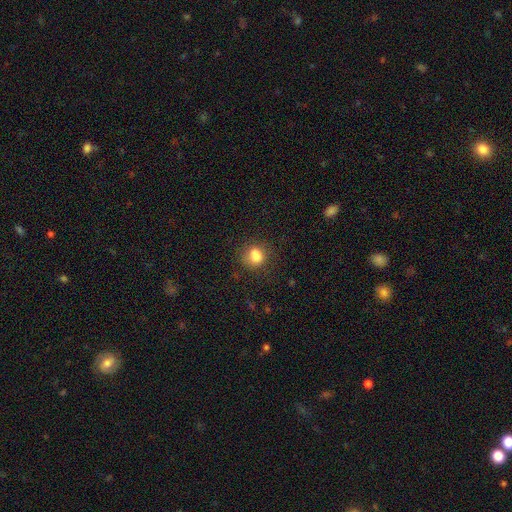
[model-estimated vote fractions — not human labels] Smooth or featured: smooth — 80% (star or artifact — 12%)
How rounded: round — 63% (in between — 36%)
Merging: none — 66% (minor disturbance — 19%)